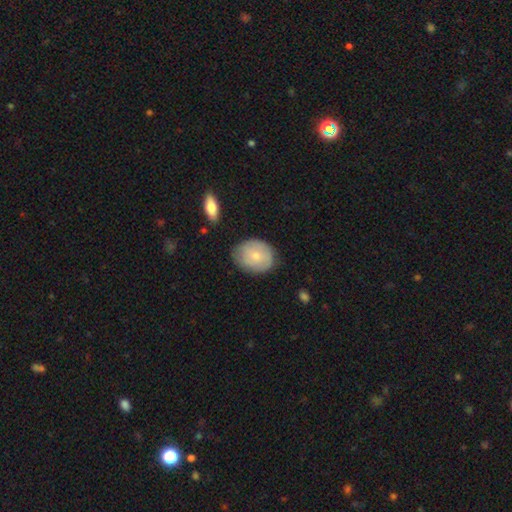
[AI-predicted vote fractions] smooth-or-featured: smooth: 70% | featured or disk: 24% | star or artifact: 6%
  how-rounded: in between: 55% | round: 44% | cigar-shaped: 1%
  merging: none: 72% | minor disturbance: 21% | major disturbance: 4% | merger: 2%